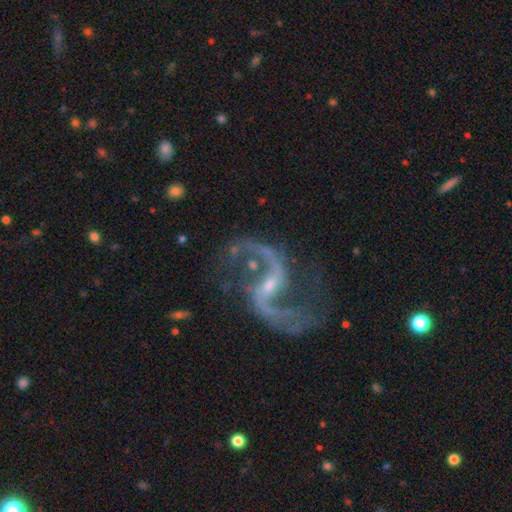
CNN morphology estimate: The model was most divided on "bar": weak: 45%, strong: 29%, no: 26%. More confident: spiral arms — yes (98%); edge-on disk — no (98%); spiral arm count — 2 (95%); smooth or featured — featured or disk (93%); merging — none (75%); spiral winding — loose (72%); bulge size — small (69%).